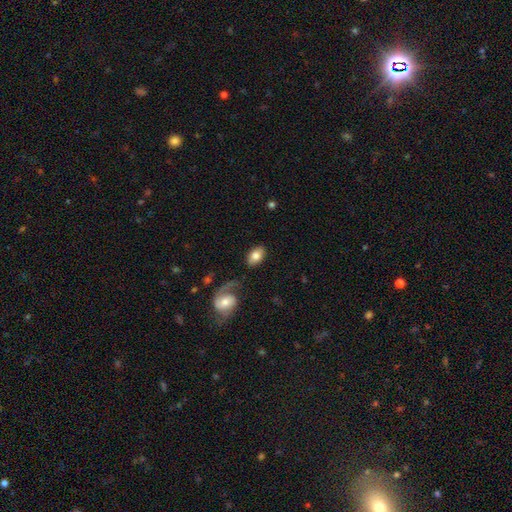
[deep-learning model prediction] Smooth or featured? Predicted: smooth (p=0.72). How rounded? Predicted: in between (p=0.90). Merging? Predicted: none (p=0.78).